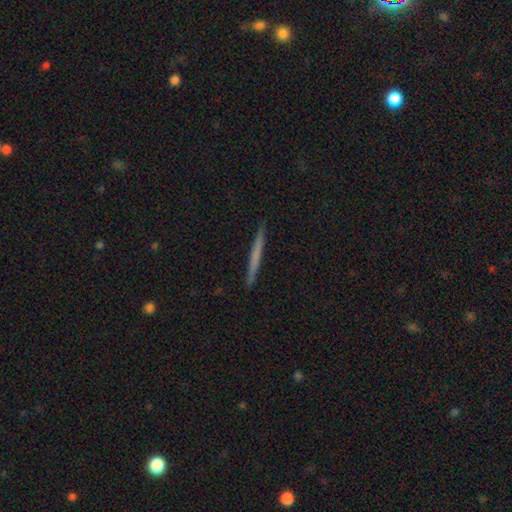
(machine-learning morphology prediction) Smooth or featured? Predicted: smooth (p=0.54). How rounded? Predicted: cigar-shaped (p=0.97). Merging? Predicted: none (p=0.93).